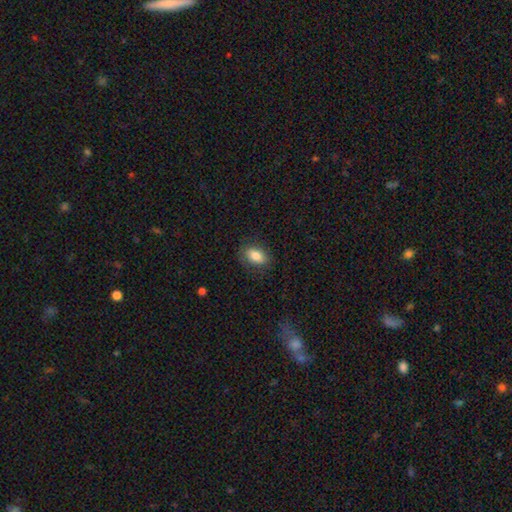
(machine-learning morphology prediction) Smooth or featured?
  - smooth: 83% *
  - featured or disk: 9%
  - star or artifact: 8%
How rounded?
  - in between: 86% *
  - round: 12%
  - cigar-shaped: 2%
Merging?
  - none: 82% *
  - minor disturbance: 13%
  - major disturbance: 4%
  - merger: 1%